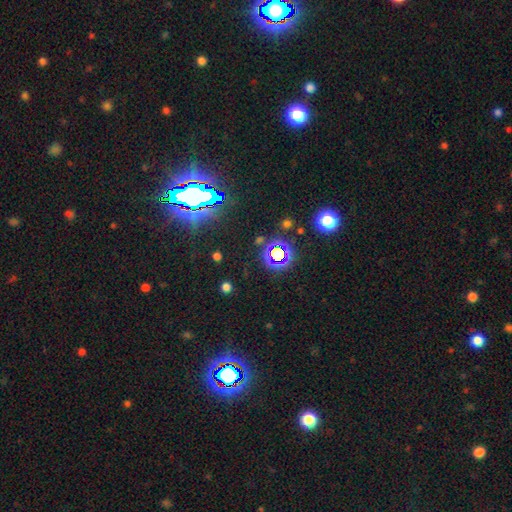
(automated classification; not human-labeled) Smooth or featured?
  - star or artifact: 82% *
  - smooth: 11%
  - featured or disk: 7%